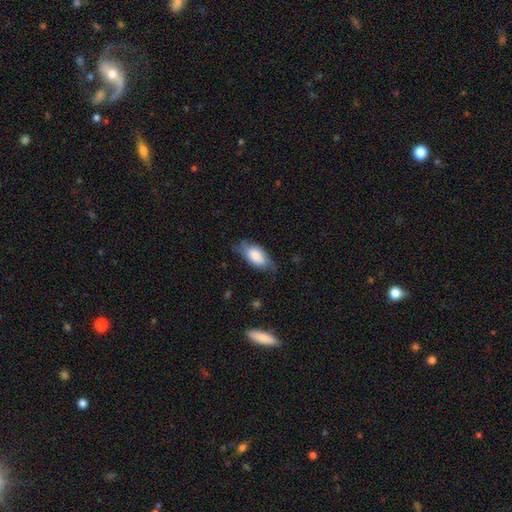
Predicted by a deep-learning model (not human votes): Q: Smooth or featured?
A: smooth (68%); runner-up: featured or disk (25%)
Q: How rounded?
A: in between (89%); runner-up: cigar-shaped (7%)
Q: Merging?
A: none (60%); runner-up: minor disturbance (29%)